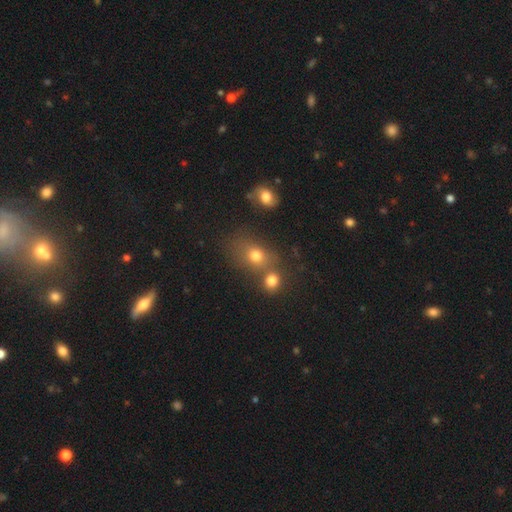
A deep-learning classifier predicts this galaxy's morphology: Smooth or featured: smooth — 74% (star or artifact — 15%)
How rounded: in between — 50% (round — 48%)
Merging: none — 49% (merger — 33%)